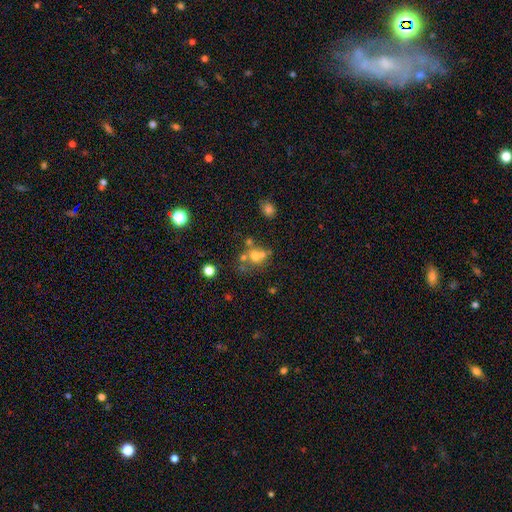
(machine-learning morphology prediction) Smooth or featured? smooth (59%)
How rounded? round (71%)
Merging? merger (43%)